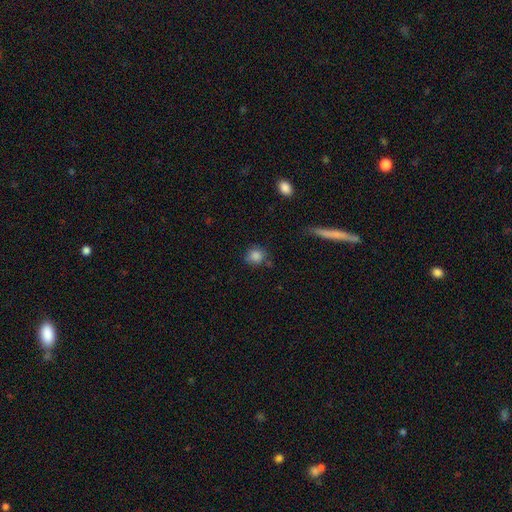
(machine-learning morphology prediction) Smooth or featured?
  - smooth: 85% *
  - star or artifact: 10%
  - featured or disk: 5%
How rounded?
  - round: 86% *
  - in between: 13%
  - cigar-shaped: 1%
Merging?
  - none: 74% *
  - minor disturbance: 16%
  - merger: 5%
  - major disturbance: 5%